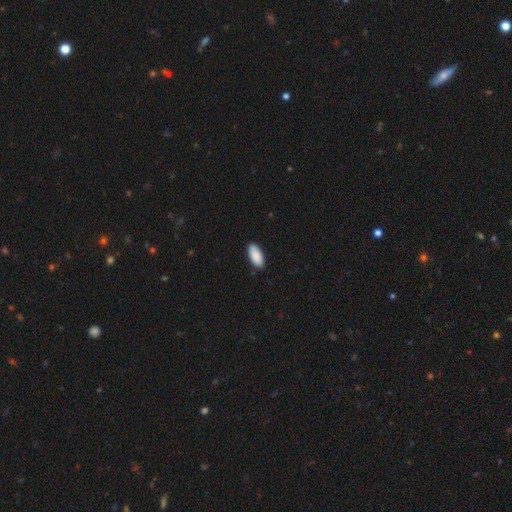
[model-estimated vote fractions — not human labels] Q: Smooth or featured?
A: smooth (91%); runner-up: star or artifact (6%)
Q: How rounded?
A: in between (91%); runner-up: cigar-shaped (8%)
Q: Merging?
A: none (88%); runner-up: minor disturbance (10%)